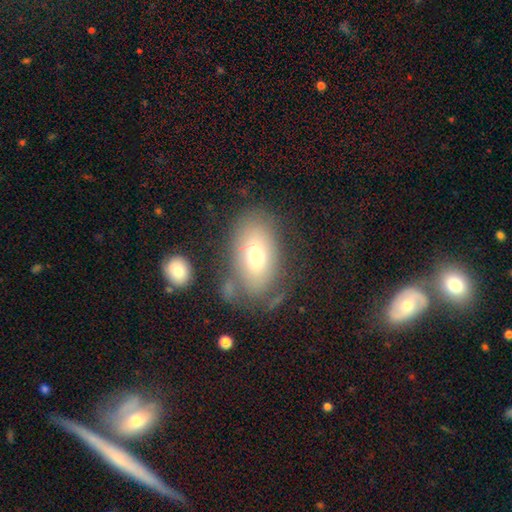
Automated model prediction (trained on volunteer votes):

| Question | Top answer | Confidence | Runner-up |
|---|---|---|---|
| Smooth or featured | smooth | 66% | featured or disk (24%) |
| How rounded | in between | 89% | round (9%) |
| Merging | none | 64% | minor disturbance (19%) |